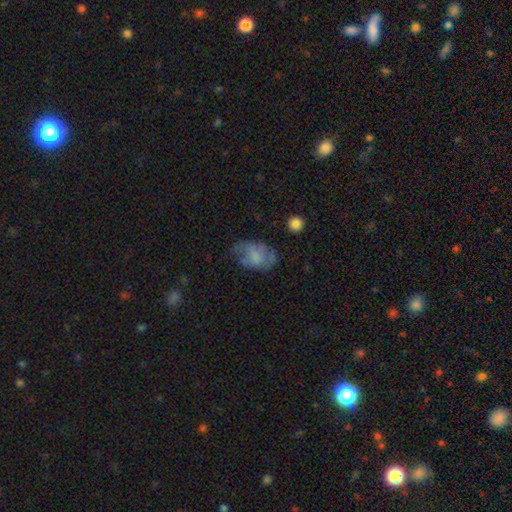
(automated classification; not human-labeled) A smooth galaxy with no disk features (54%) that is in between round and cigar-shaped (87%). Merging: none (48%).